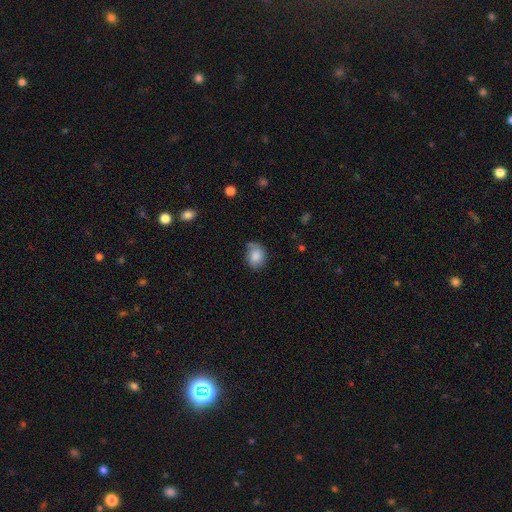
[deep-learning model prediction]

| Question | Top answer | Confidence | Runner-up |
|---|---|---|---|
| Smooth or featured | smooth | 81% | featured or disk (11%) |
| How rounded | in between | 53% | round (46%) |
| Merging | none | 59% | minor disturbance (31%) |